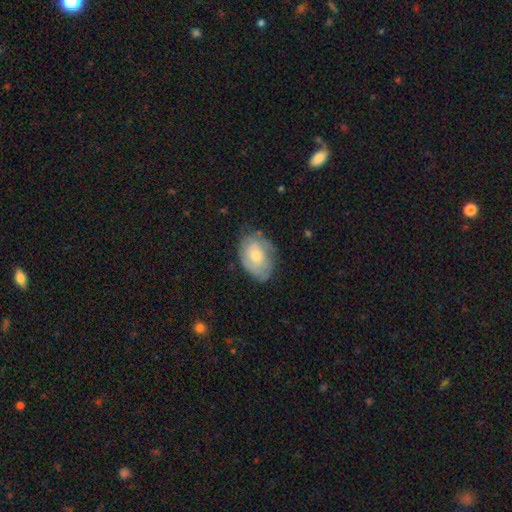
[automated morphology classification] Smooth or featured: smooth — 52% (featured or disk — 42%)
How rounded: in between — 81% (round — 18%)
Merging: none — 63% (minor disturbance — 27%)